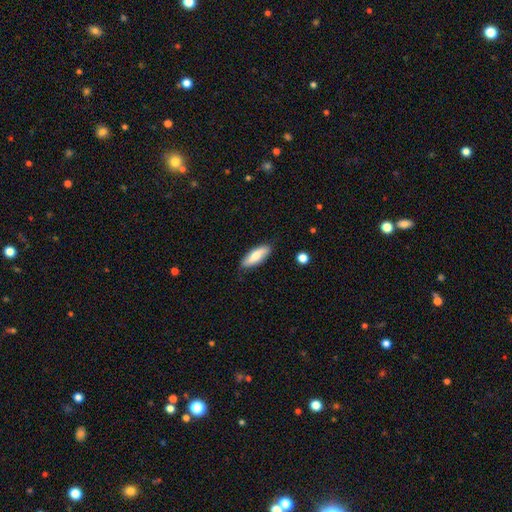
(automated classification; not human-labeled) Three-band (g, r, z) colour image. It shows a smooth galaxy with no disk features (75%) that is in between round and cigar-shaped (61%). Merging: none (85%).